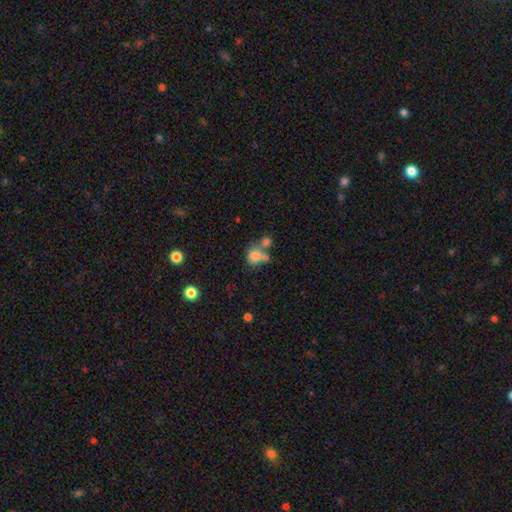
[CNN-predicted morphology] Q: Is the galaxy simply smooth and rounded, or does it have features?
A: smooth — 73%.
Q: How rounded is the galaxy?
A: round — 60%.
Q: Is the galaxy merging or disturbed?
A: merger — 44%.